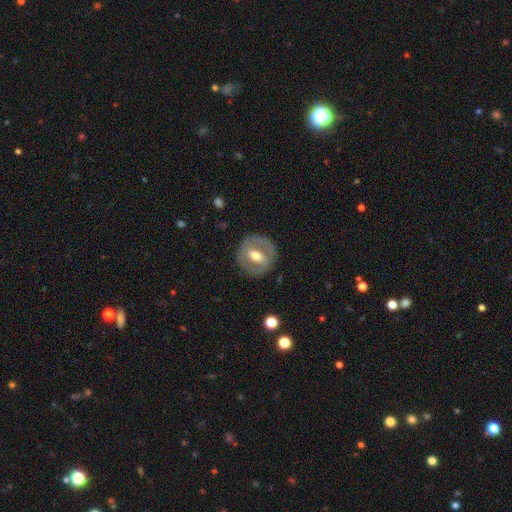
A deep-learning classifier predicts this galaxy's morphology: featured or disk 63%, smooth 31%, star or artifact 6%. Down the decision tree: edge-on disk — no (94%); bar — weak (41%); spiral arms — no (62%); bulge size — moderate (74%); merging — none (84%).